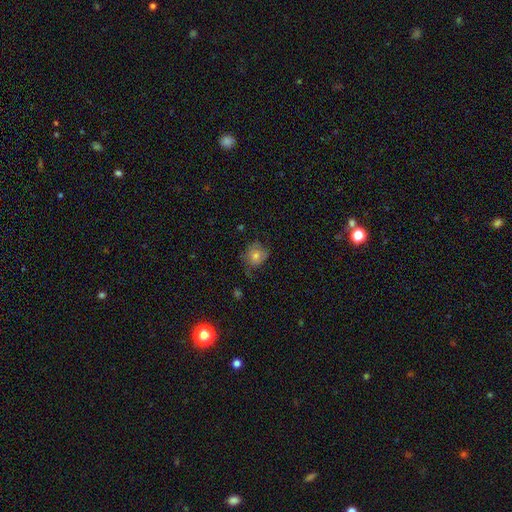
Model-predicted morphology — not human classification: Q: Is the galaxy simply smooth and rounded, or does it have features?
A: smooth — 60%.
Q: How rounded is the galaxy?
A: round — 70%.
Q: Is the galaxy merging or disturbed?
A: none — 56%.